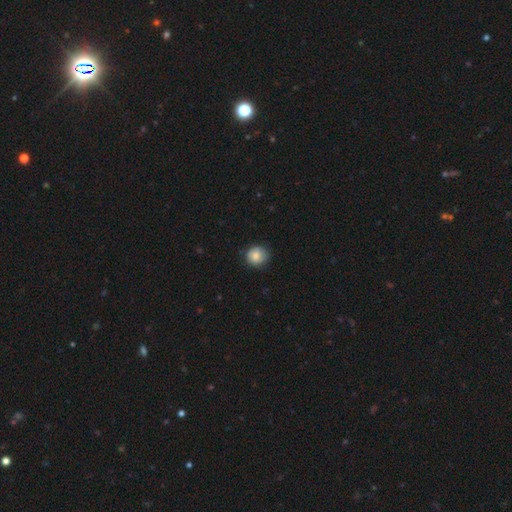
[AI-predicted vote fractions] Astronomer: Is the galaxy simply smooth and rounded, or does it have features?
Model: smooth — 83%.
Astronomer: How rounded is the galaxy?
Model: round — 88%.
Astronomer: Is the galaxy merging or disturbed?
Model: none — 80%.